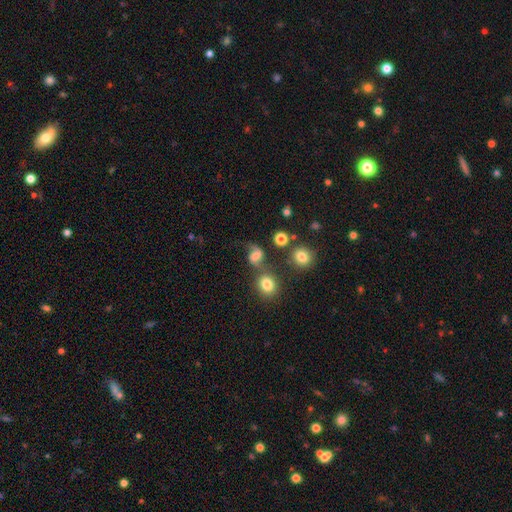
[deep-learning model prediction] Q: Smooth or featured?
A: smooth (44%); runner-up: featured or disk (41%)
Q: Merging?
A: none (50%); runner-up: minor disturbance (19%)